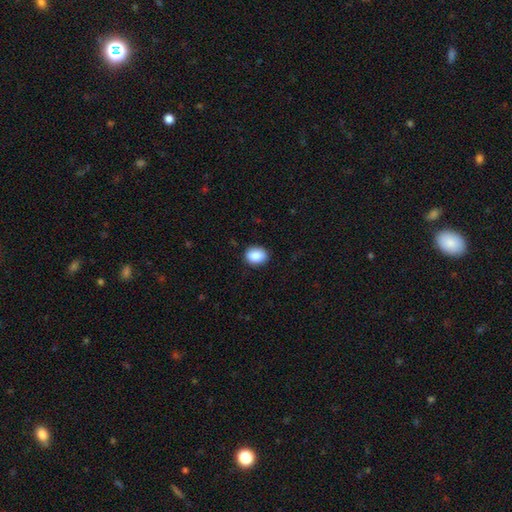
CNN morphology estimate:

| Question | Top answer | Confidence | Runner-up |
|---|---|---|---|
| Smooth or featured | smooth | 88% | star or artifact (8%) |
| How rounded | round | 51% | in between (48%) |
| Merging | none | 89% | minor disturbance (8%) |